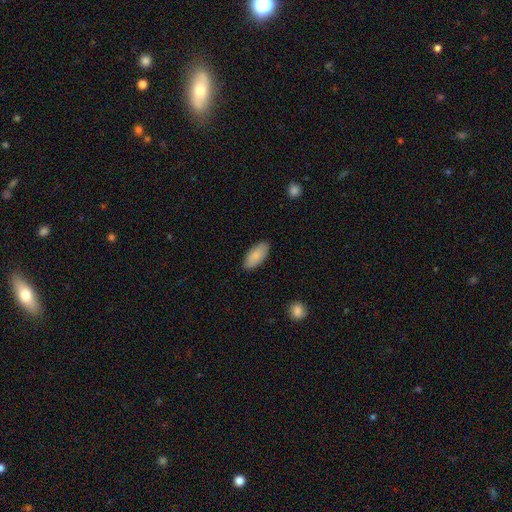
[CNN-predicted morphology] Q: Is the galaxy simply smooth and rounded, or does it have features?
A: smooth — 86%.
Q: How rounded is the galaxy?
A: in between — 92%.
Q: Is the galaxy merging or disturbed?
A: none — 88%.